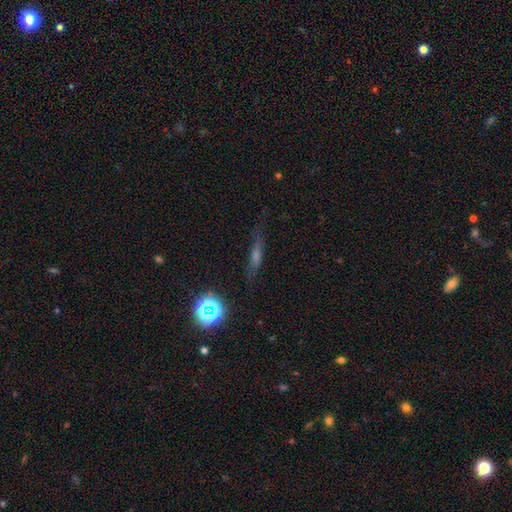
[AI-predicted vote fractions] A smooth galaxy with no disk features (39%). Merging: none (76%).